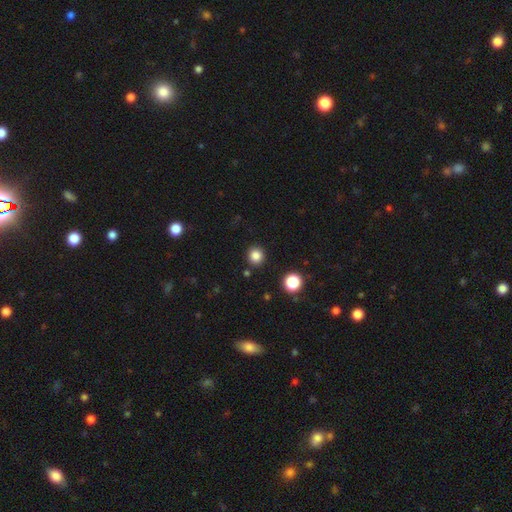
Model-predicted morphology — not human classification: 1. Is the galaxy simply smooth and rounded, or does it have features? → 84% smooth, 12% star or artifact, 4% featured or disk.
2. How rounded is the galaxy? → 92% round, 7% in between, 1% cigar-shaped.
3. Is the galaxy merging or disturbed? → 89% none, 6% minor disturbance, 3% merger, 2% major disturbance.